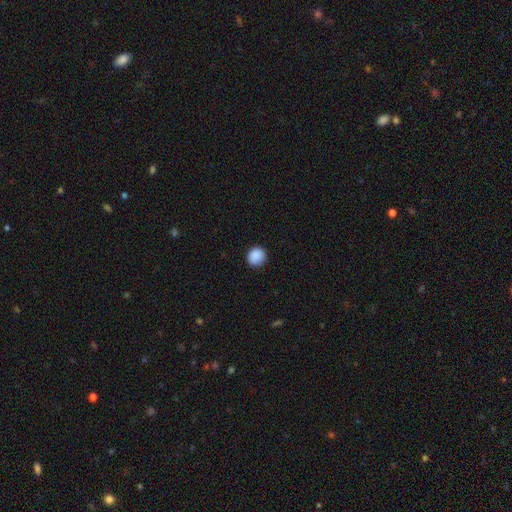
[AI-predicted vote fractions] This is clearly a smooth galaxy (89%). How rounded: clearly round (87%). Merging: clearly none (89%).